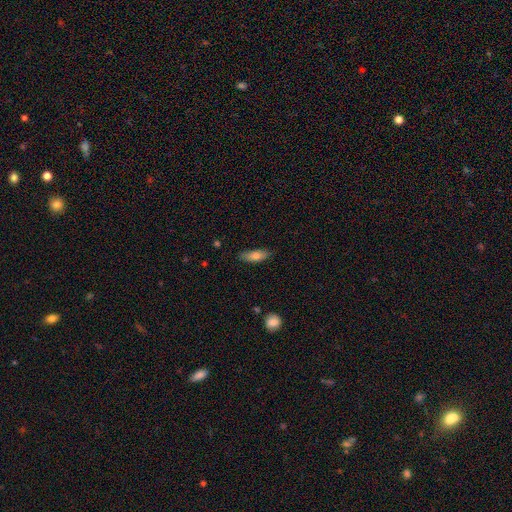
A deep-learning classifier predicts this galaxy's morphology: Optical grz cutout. It shows a smooth galaxy with no disk features (75%) that is in between round and cigar-shaped (64%). Merging: none (80%).